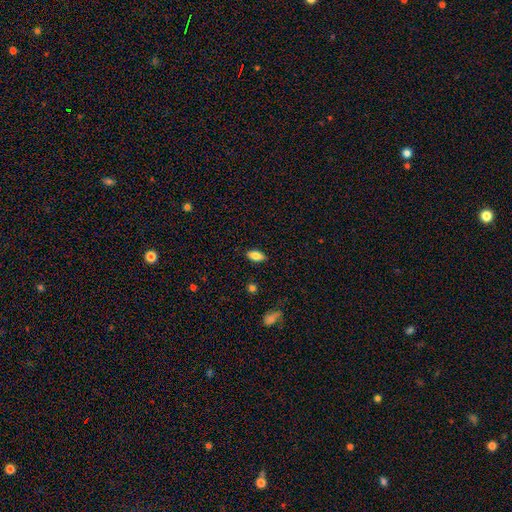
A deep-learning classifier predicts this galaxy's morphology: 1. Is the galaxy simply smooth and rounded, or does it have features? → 81% smooth, 11% featured or disk, 8% star or artifact.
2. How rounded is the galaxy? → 90% in between, 7% cigar-shaped, 4% round.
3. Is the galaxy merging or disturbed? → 86% none, 11% minor disturbance, 2% major disturbance, 1% merger.